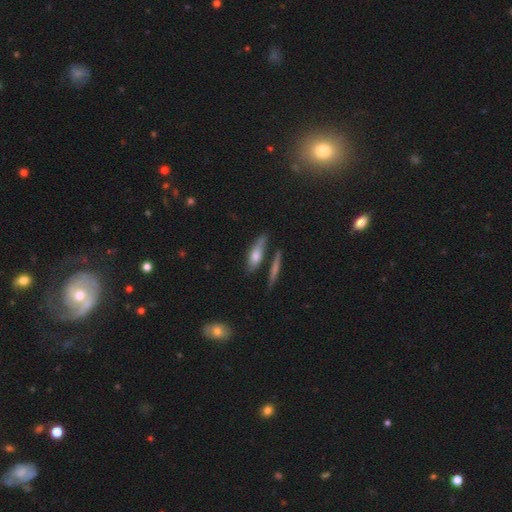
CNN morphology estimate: This is possibly a smooth galaxy (55%). How rounded: possibly cigar-shaped (55%). Merging: likely none (67%).